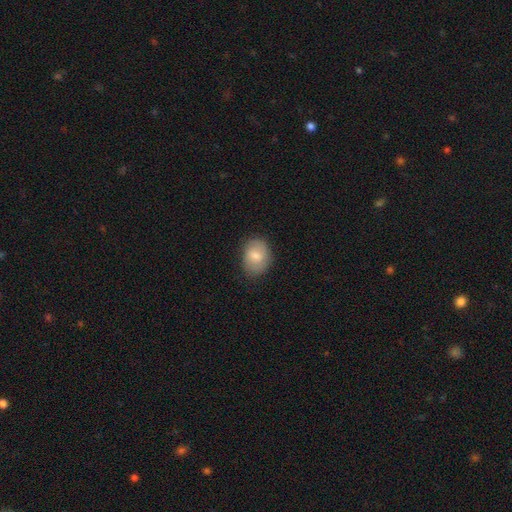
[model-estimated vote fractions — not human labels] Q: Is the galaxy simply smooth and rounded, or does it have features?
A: smooth — 76%.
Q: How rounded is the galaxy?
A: in between — 63%.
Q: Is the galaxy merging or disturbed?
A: none — 76%.